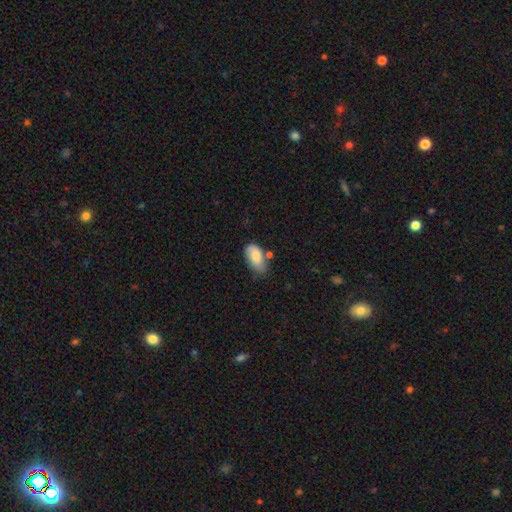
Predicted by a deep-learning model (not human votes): Morphology: type=smooth (81%); roundness=in between (93%); merging=none (50%).